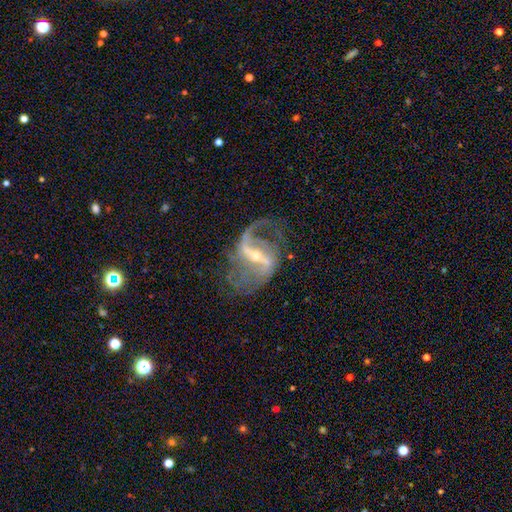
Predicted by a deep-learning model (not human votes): Overall: featured or disk (90%). Edge-on disk: no (96%). Bar: strong (64%; weak 29%). Spiral arms: yes (95%). Spiral arm count: 2 (79%). Spiral winding: loose (56%; medium 35%). Bulge size: small (63%; moderate 32%). Merging: none (58%; major disturbance 22%).